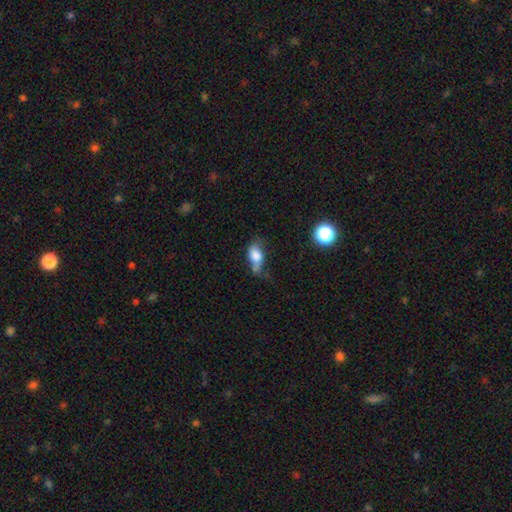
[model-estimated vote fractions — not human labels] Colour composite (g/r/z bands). It shows a smooth galaxy with no disk features (72%) that is in between round and cigar-shaped (81%). Merging: minor disturbance (35%).